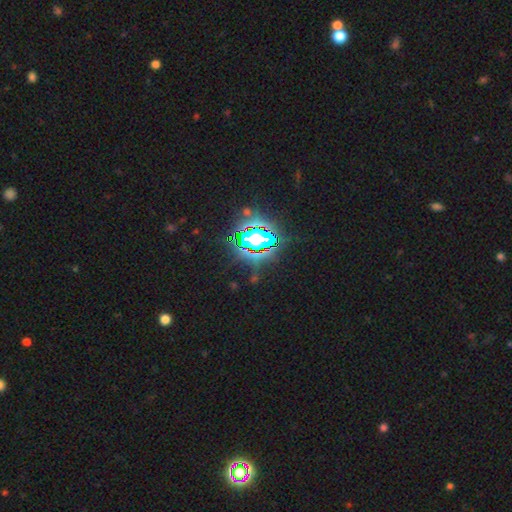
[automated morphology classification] star or artifact 83%, smooth 10%, featured or disk 7%.